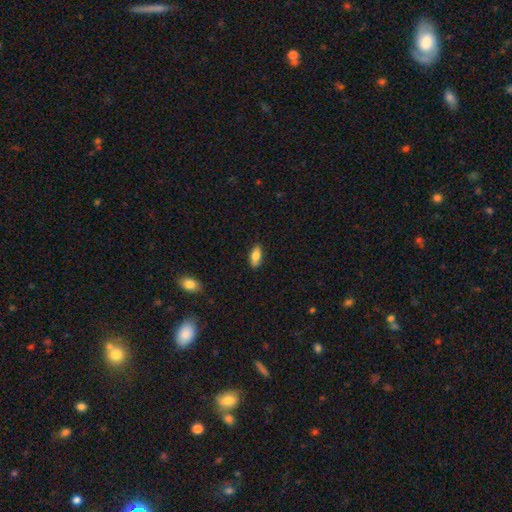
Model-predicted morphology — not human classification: Smooth or featured?
  - smooth: 80% *
  - featured or disk: 13%
  - star or artifact: 7%
How rounded?
  - in between: 85% *
  - cigar-shaped: 12%
  - round: 3%
Merging?
  - none: 86% *
  - minor disturbance: 11%
  - major disturbance: 2%
  - merger: 1%